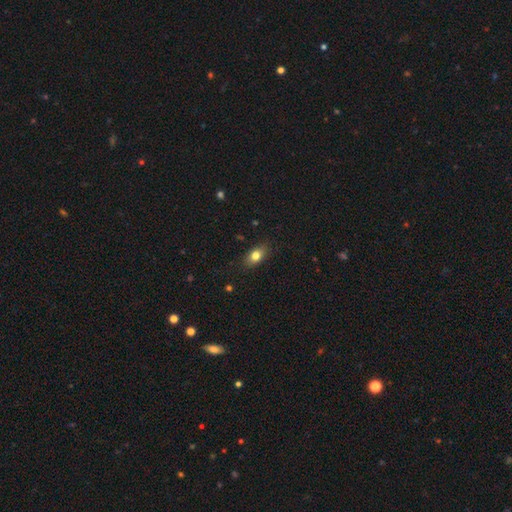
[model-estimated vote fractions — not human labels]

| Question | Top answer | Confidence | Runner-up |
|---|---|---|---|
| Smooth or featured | smooth | 78% | featured or disk (12%) |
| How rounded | in between | 79% | round (16%) |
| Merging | none | 85% | minor disturbance (12%) |